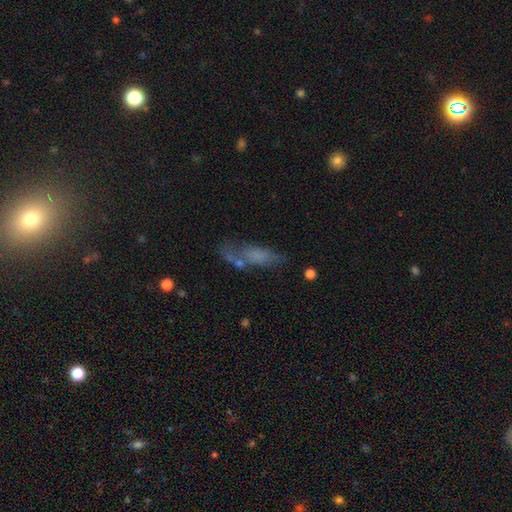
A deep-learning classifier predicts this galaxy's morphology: Overall: smooth (55%; featured or disk 30%). How rounded: in between (54%; cigar-shaped 41%). Merging: none (48%; minor disturbance 22%).